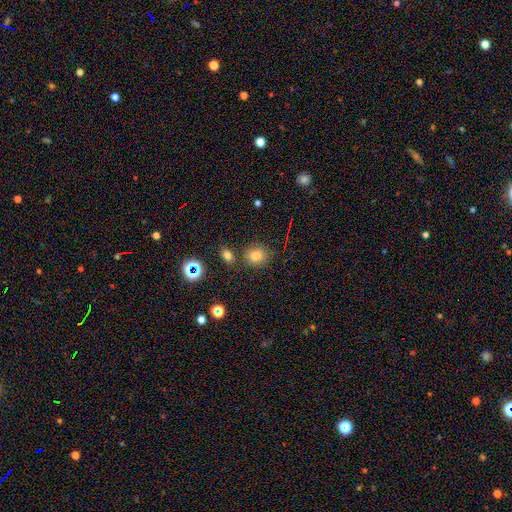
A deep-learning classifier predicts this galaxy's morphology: The model was most divided on "how rounded": round: 67%, in between: 32%, cigar-shaped: 1%. More confident: smooth or featured — smooth (77%); merging — none (75%).